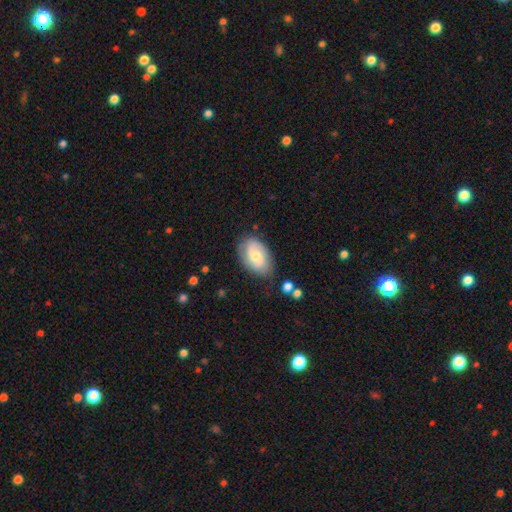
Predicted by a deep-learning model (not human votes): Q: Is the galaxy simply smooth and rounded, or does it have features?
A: featured or disk — 55%.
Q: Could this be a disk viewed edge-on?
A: no — 95%.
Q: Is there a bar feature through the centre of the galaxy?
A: no — 58%.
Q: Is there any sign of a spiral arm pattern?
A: yes — 83%.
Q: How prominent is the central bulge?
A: moderate — 60%.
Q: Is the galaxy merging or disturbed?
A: none — 76%.